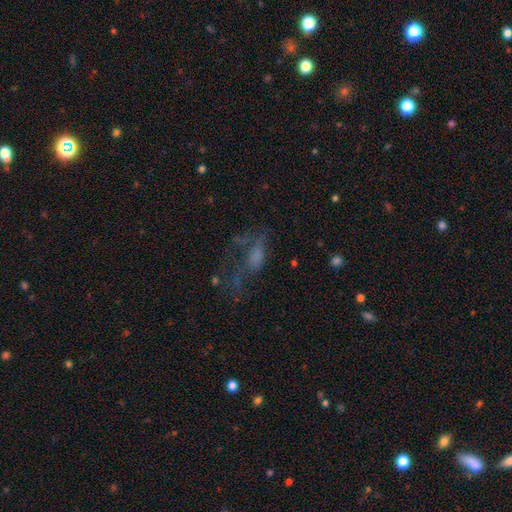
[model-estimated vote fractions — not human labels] Q: Smooth or featured?
A: smooth (42%); runner-up: featured or disk (37%)
Q: Merging?
A: major disturbance (49%); runner-up: none (30%)